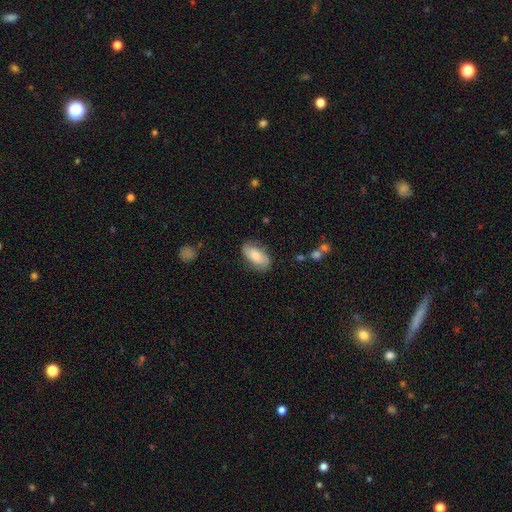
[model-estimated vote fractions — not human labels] Smooth or featured: smooth — 71% (featured or disk — 23%)
How rounded: in between — 91% (cigar-shaped — 5%)
Merging: none — 76% (minor disturbance — 18%)